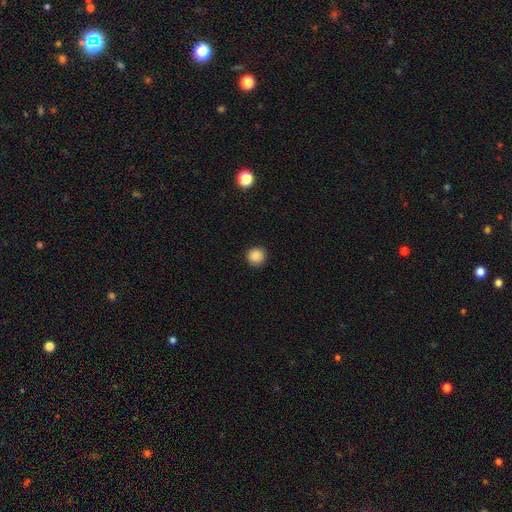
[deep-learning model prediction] Overall: smooth (87%). How rounded: round (94%). Merging: none (91%).